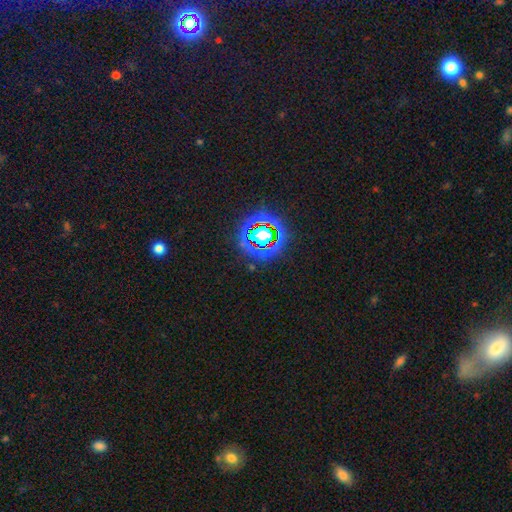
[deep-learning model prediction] This is likely a star or artifact rather than a galaxy (80%).